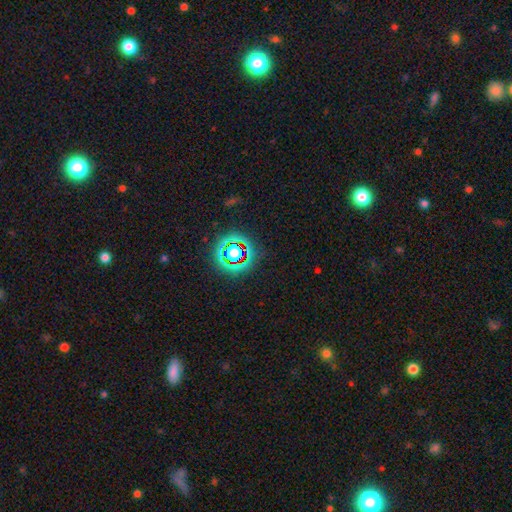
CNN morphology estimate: type=star or artifact (73%).